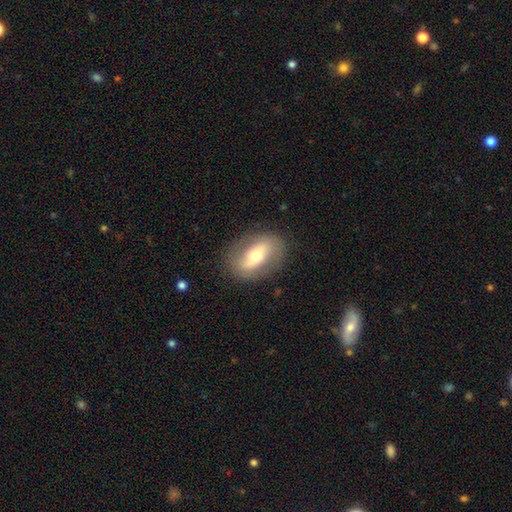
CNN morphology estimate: Q: Smooth or featured?
A: featured or disk (56%); runner-up: smooth (37%)
Q: Edge-on disk?
A: no (86%); runner-up: yes (14%)
Q: Merging?
A: none (83%); runner-up: minor disturbance (12%)